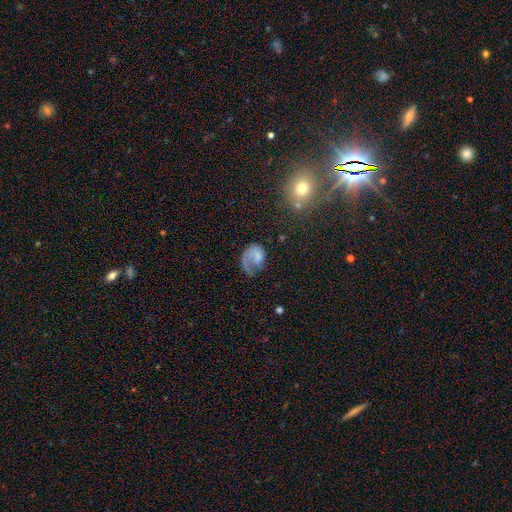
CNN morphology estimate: The model was most divided on "smooth or featured": featured or disk: 48%, smooth: 41%, star or artifact: 10%. Remaining: merging — major disturbance (47%).